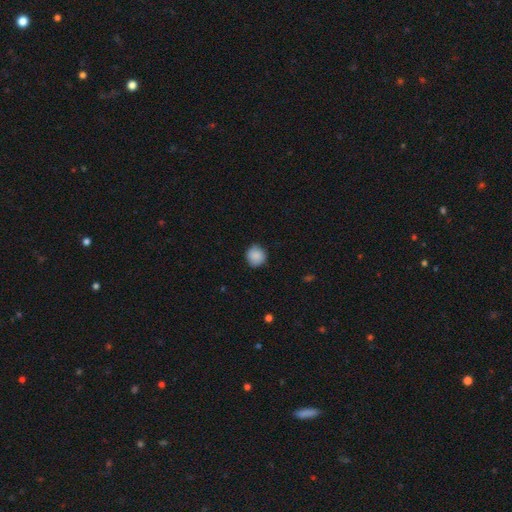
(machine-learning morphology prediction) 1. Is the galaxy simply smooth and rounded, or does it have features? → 87% smooth, 8% star or artifact, 5% featured or disk.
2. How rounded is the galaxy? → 91% round, 8% in between, 1% cigar-shaped.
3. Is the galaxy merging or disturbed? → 85% none, 12% minor disturbance, 2% major disturbance, 1% merger.